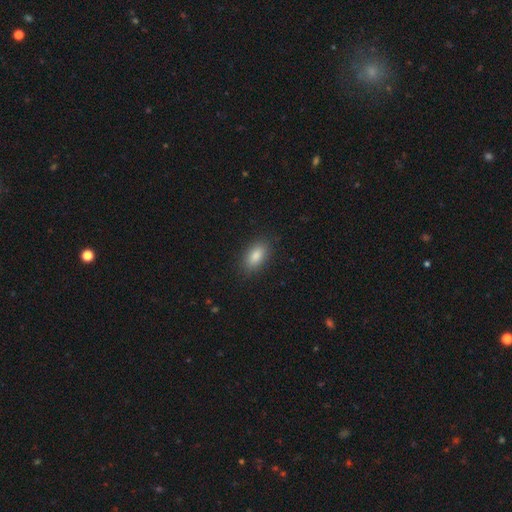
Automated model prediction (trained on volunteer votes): The model was most divided on "smooth or featured": smooth: 85%, star or artifact: 9%, featured or disk: 7%. More confident: how rounded — in between (89%); merging — none (87%).